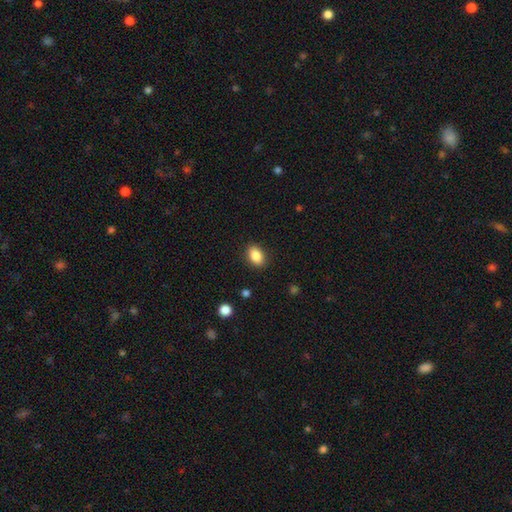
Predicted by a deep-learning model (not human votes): smooth-or-featured: smooth: 86% | star or artifact: 8% | featured or disk: 6%
  how-rounded: in between: 82% | round: 16% | cigar-shaped: 1%
  merging: none: 88% | minor disturbance: 8% | major disturbance: 2% | merger: 1%